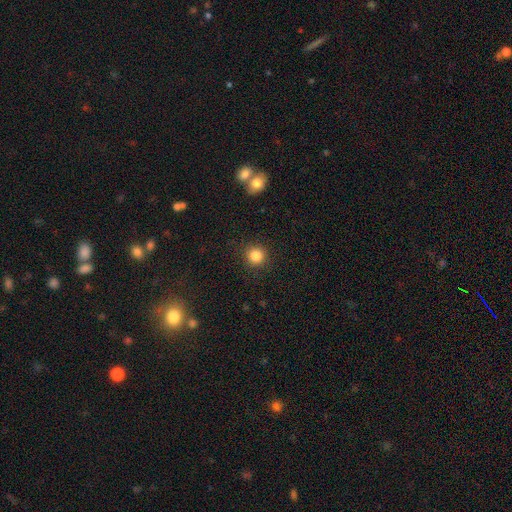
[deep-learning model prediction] smooth 84%, star or artifact 11%, featured or disk 4%. Down the decision tree: how rounded — round (94%); merging — none (91%).